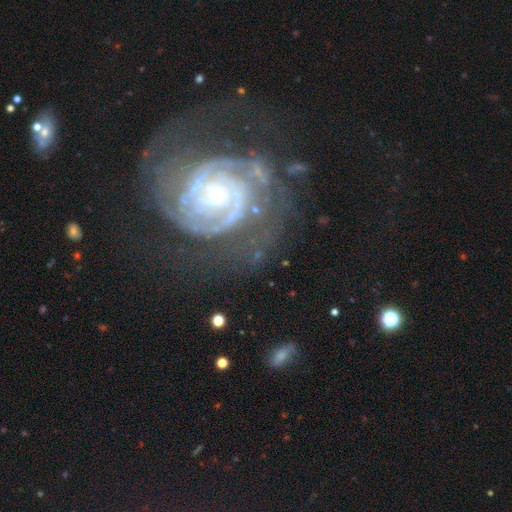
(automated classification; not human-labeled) featured or disk 89%, star or artifact 7%, smooth 4%. Down the decision tree: edge-on disk — no (98%); bar — no (67%); spiral arms — yes (97%); spiral arm count — 2 (42%); spiral winding — tight (72%); bulge size — small (80%); merging — none (56%).